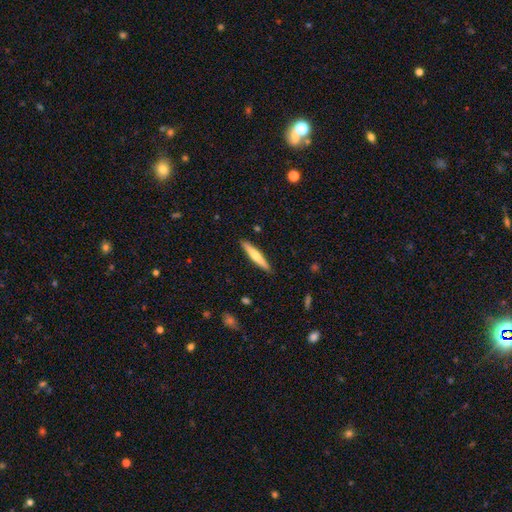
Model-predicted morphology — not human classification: This is possibly a smooth galaxy (58%). How rounded: clearly cigar-shaped (92%). Merging: clearly none (90%).